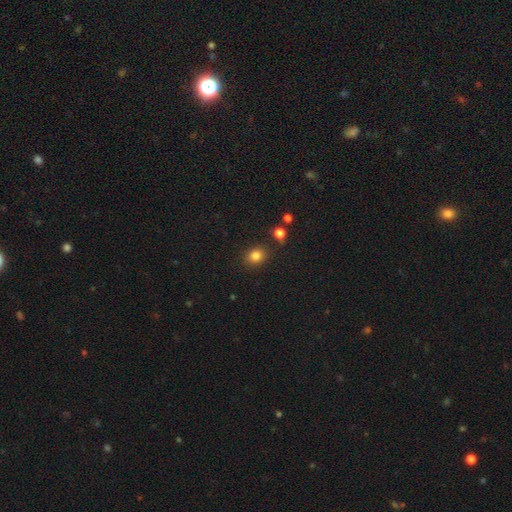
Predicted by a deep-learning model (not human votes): A smooth galaxy with no disk features (82%) that is round (56%). Merging: none (84%).